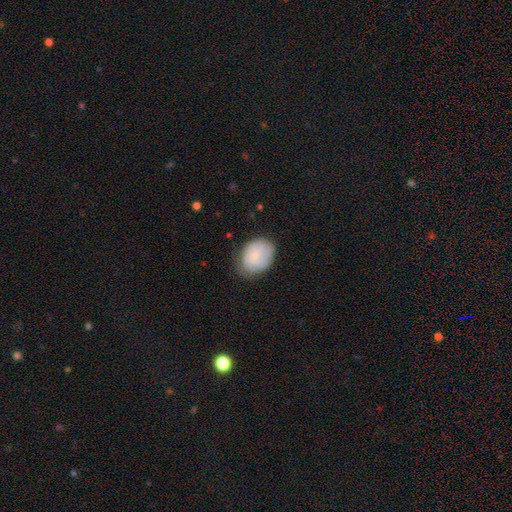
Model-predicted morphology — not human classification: smooth 78%, featured or disk 16%, star or artifact 7%. Down the decision tree: how rounded — in between (62%); merging — none (63%).